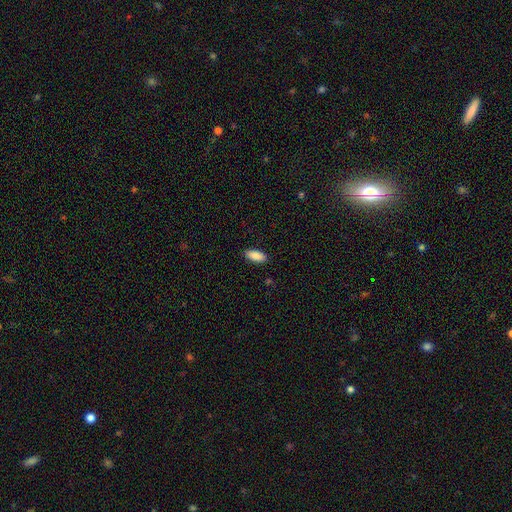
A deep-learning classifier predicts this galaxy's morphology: This is clearly a smooth galaxy (90%). How rounded: clearly in between (82%). Merging: clearly none (89%).